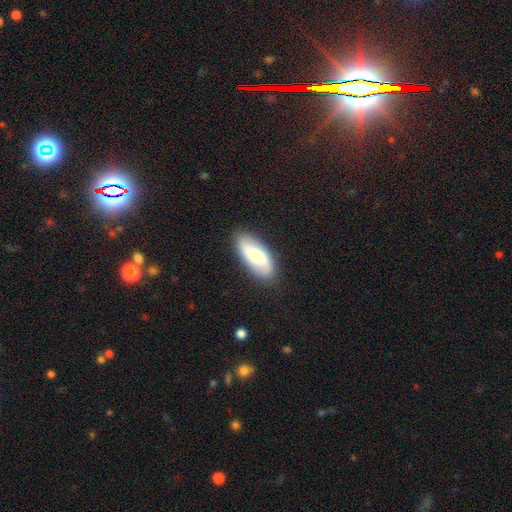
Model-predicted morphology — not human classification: This appears to be a smooth galaxy with no disk features (52%) that is in between round and cigar-shaped (83%). Merging: none (85%).